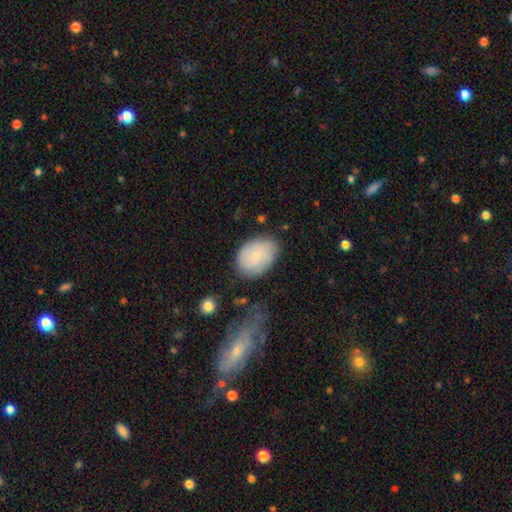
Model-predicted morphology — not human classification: smooth 71%, featured or disk 21%, star or artifact 8%. Down the decision tree: how rounded — in between (77%); merging — none (71%).